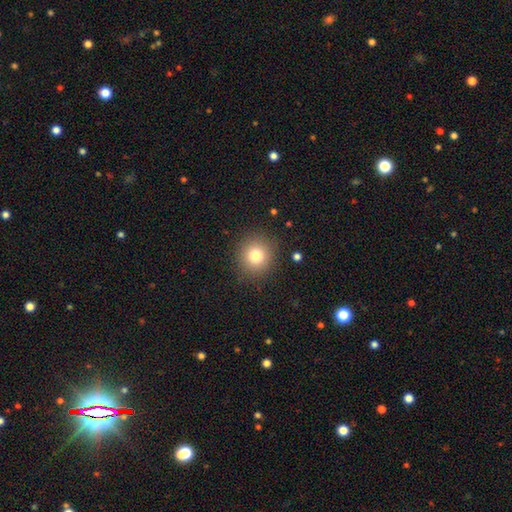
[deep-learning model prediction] smooth_or_featured: smooth (p=0.79) [alt: star or artifact p=0.12]
how_rounded: round (p=0.89) [alt: in between p=0.10]
merging: none (p=0.88) [alt: minor disturbance p=0.08]